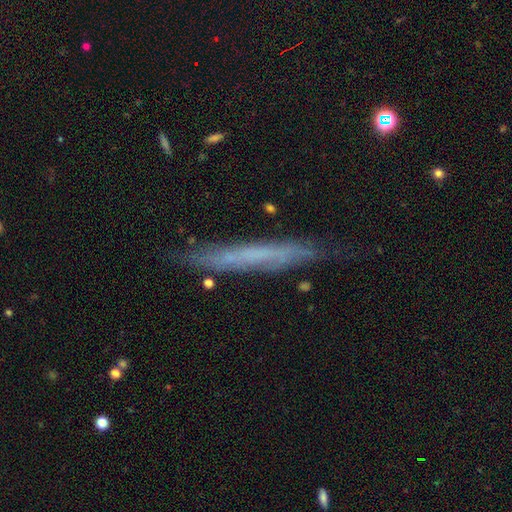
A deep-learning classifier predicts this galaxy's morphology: This is possibly a featured or disk galaxy (49%). Merging: clearly none (80%).